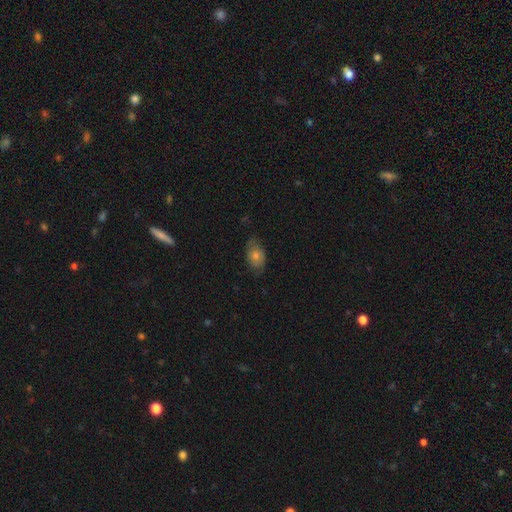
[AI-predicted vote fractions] A smooth galaxy with no disk features (54%) that is in between round and cigar-shaped (82%).

Vote fractions:
- Smooth or featured? smooth: 54% / featured or disk: 35% / star or artifact: 11%
- How rounded? in between: 82% / round: 15% / cigar-shaped: 3%
- Merging? none: 69% / minor disturbance: 23% / major disturbance: 7% / merger: 1%